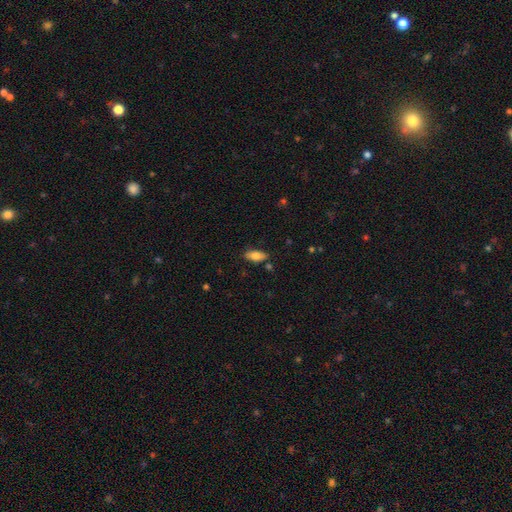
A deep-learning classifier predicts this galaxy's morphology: A smooth galaxy with no disk features (78%) that is in between round and cigar-shaped (83%). Merging: none (81%).